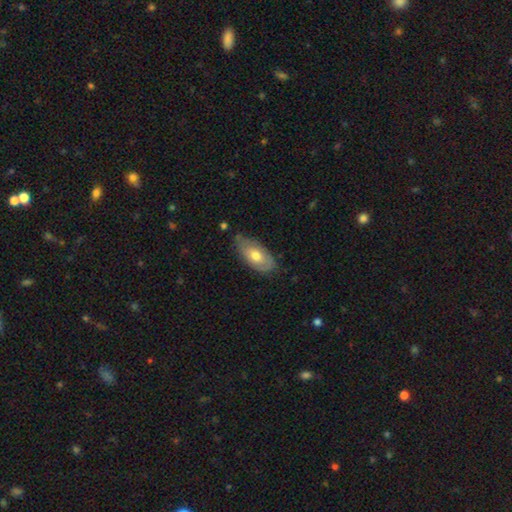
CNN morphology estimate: Smooth or featured? Predicted: smooth (p=0.63). How rounded? Predicted: in between (p=0.91). Merging? Predicted: none (p=0.64).